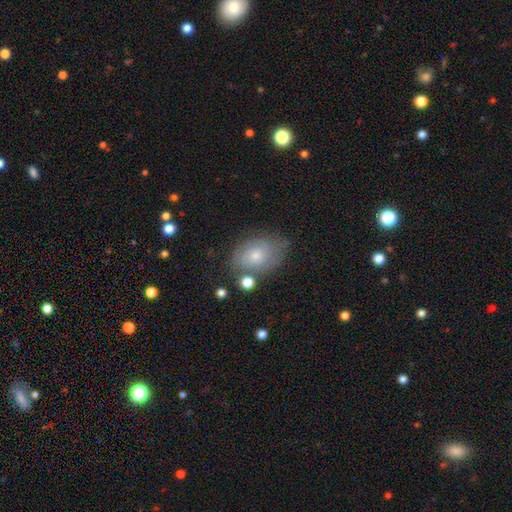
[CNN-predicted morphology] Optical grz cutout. It shows a featured or disk galaxy (50%). Merging: none (65%).